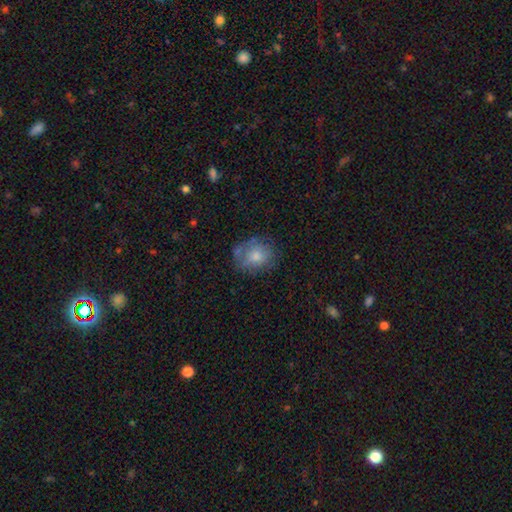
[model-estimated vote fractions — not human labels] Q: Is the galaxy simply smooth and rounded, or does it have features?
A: smooth — 67%.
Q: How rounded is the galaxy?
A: round — 64%.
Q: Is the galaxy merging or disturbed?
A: none — 65%.